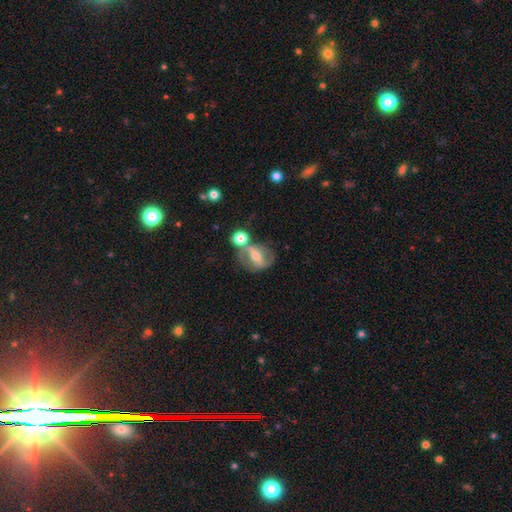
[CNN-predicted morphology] smooth-or-featured: featured or disk: 63% | smooth: 27% | star or artifact: 9%
  disk-edge-on: no: 94% | yes: 6%
    bar: strong: 51% | weak: 31% | no: 19%
    has-spiral-arms: yes: 70% | no: 30%
    bulge-size: moderate: 53% | small: 39% | large: 4% | none: 2% | dominant: 1%
  merging: none: 49% | merger: 25% | minor disturbance: 16% | major disturbance: 10%